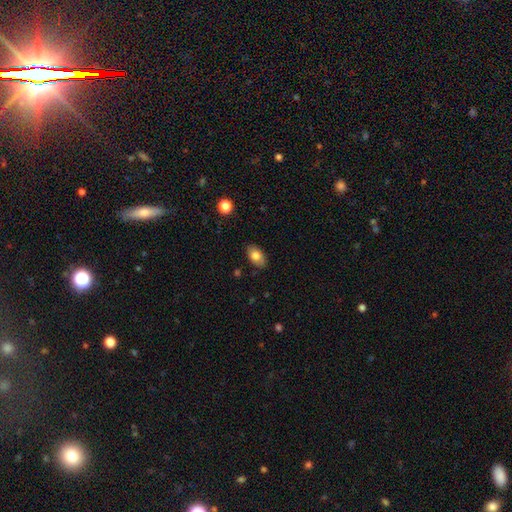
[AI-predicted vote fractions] This appears to be a smooth galaxy with no disk features (79%) that is in between round and cigar-shaped (91%). Merging: none (85%).